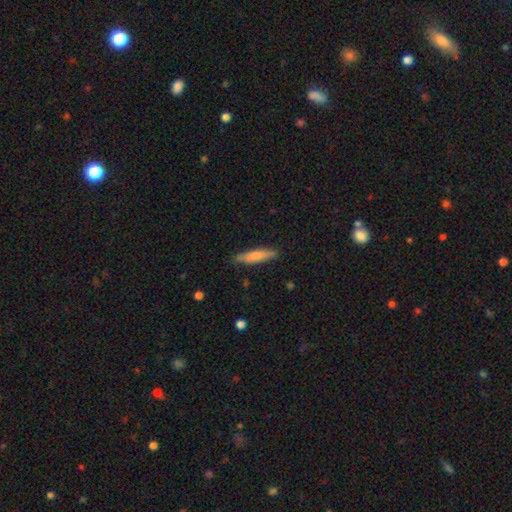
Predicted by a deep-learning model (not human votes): This is likely a smooth galaxy (68%). How rounded: likely cigar-shaped (78%). Merging: clearly none (80%).